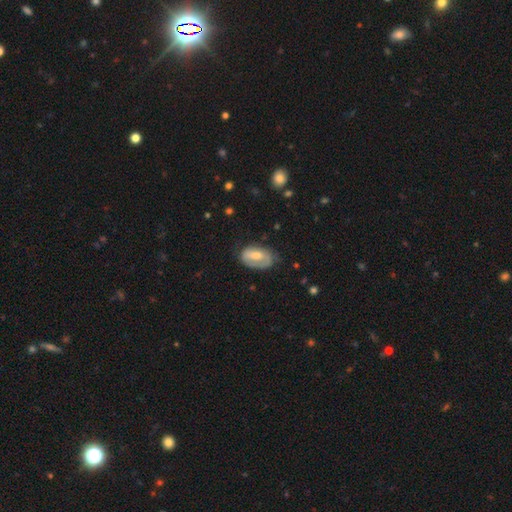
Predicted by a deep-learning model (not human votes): smooth-or-featured: smooth: 51% | featured or disk: 43% | star or artifact: 7%
  how-rounded: in between: 90% | round: 8% | cigar-shaped: 2%
  merging: none: 56% | minor disturbance: 29% | major disturbance: 14% | merger: 2%